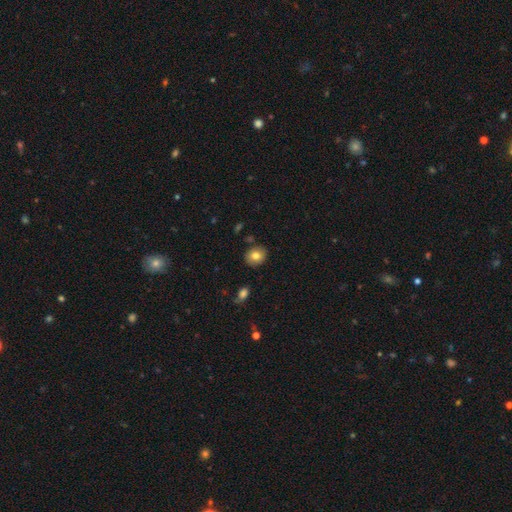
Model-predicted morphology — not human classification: This is likely a smooth galaxy (80%). How rounded: likely round (76%). Merging: clearly none (86%).